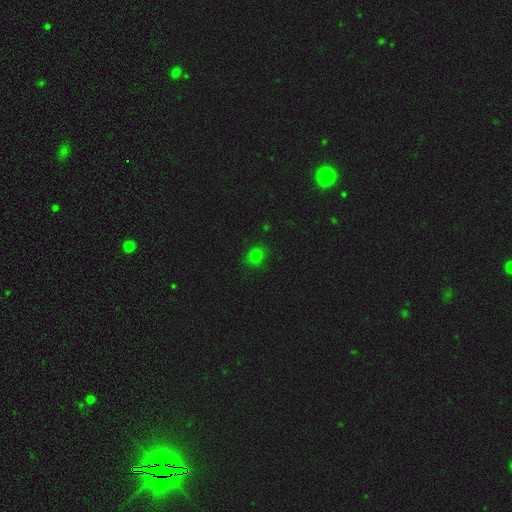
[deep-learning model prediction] Overall: smooth (77%). How rounded: round (77%). Merging: none (87%).